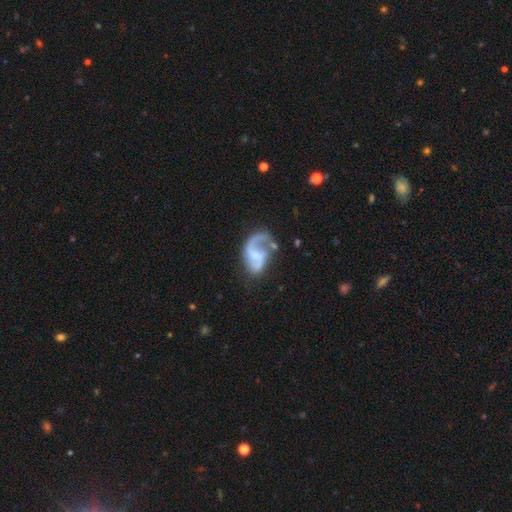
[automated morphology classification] A featured or disk galaxy (80%) with a weak bar (47%), 2 (58%) loose (52%) spiral arms (92%) and a small central bulge (37%).

Vote fractions:
- Smooth or featured? featured or disk: 80% / smooth: 14% / star or artifact: 6%
- Edge-on disk? no: 98% / yes: 2%
- Bar? weak: 47% / no: 40% / strong: 14%
- Spiral arms? yes: 92% / no: 8%
- Spiral winding? loose: 52% / medium: 38% / tight: 10%
- Spiral arm count? 2: 58% / 1: 36% / can't tell: 4% / 3: 1% / 4: 1% / more than 4: 1%
- Bulge size? small: 37% / none: 32% / moderate: 25% / large: 4% / dominant: 1%
- Merging? none: 43% / major disturbance: 28% / minor disturbance: 23% / merger: 7%